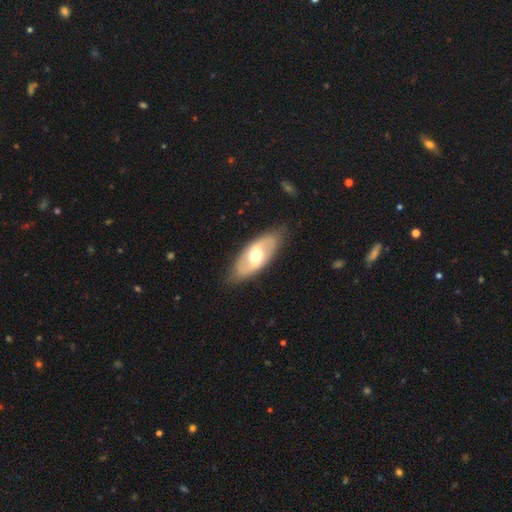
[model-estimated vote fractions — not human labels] Overall: featured or disk (62%; smooth 34%). Edge-on disk: no (87%). Bar: no (44%; weak 37%). Spiral arms: yes (57%; no 43%). Bulge size: moderate (69%). Merging: none (84%).